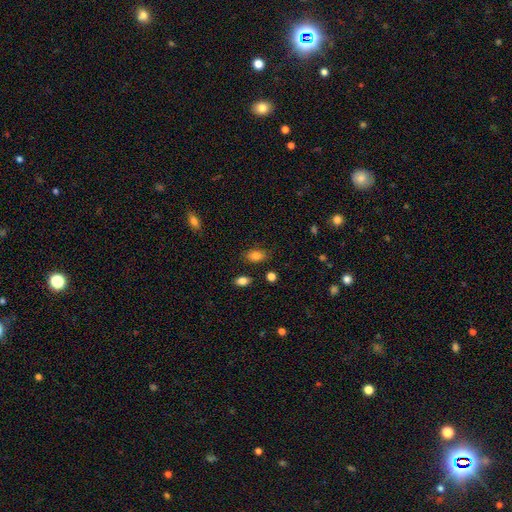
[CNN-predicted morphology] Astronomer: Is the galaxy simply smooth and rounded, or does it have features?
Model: smooth — 84%.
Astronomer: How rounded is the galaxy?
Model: in between — 88%.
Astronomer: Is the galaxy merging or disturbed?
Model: none — 82%.